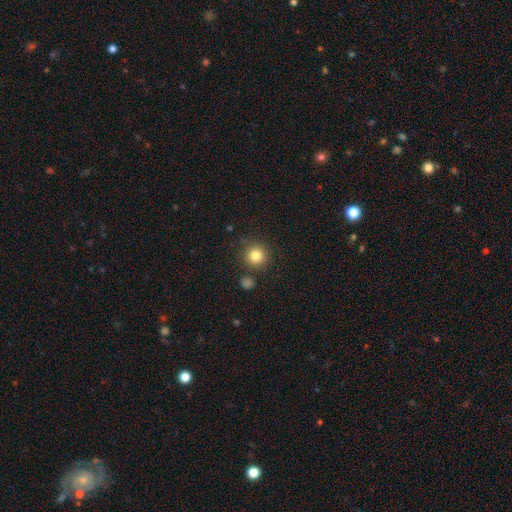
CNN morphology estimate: Smooth or featured: smooth — 83% (star or artifact — 11%)
How rounded: round — 94% (in between — 5%)
Merging: none — 85% (minor disturbance — 8%)